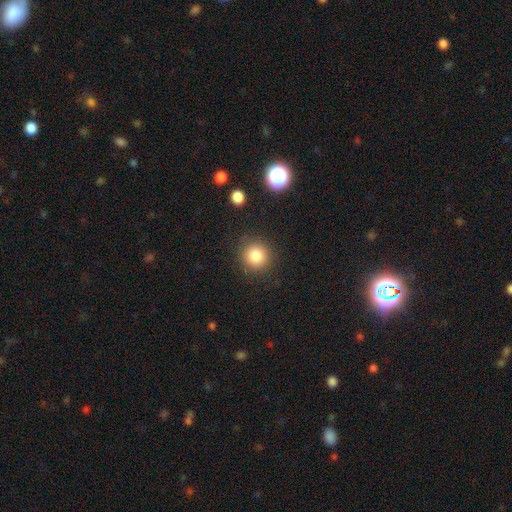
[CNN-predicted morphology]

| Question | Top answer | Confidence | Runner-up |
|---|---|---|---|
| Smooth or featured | smooth | 84% | star or artifact (11%) |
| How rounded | round | 92% | in between (8%) |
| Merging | none | 87% | minor disturbance (8%) |